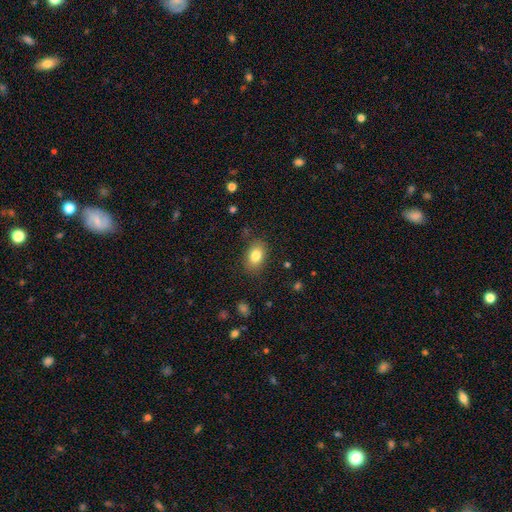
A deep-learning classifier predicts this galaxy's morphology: Smooth or featured?
  - smooth: 83% *
  - featured or disk: 9%
  - star or artifact: 8%
How rounded?
  - in between: 83% *
  - round: 16%
  - cigar-shaped: 1%
Merging?
  - none: 83% *
  - minor disturbance: 13%
  - major disturbance: 3%
  - merger: 1%